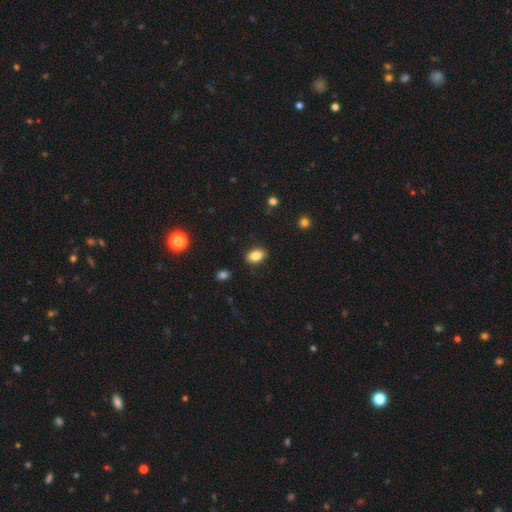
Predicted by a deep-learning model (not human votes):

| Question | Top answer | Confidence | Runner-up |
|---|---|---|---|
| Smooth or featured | smooth | 83% | star or artifact (9%) |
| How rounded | in between | 88% | round (10%) |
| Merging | none | 88% | minor disturbance (9%) |